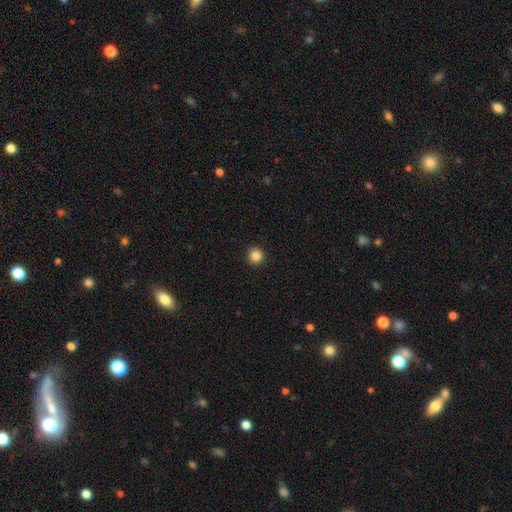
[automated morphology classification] Q: Smooth or featured?
A: smooth (85%); runner-up: star or artifact (11%)
Q: How rounded?
A: round (95%); runner-up: in between (4%)
Q: Merging?
A: none (93%); runner-up: minor disturbance (4%)